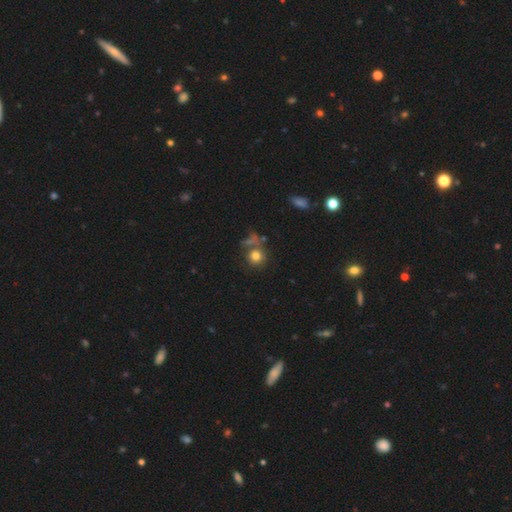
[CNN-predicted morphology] Q: Smooth or featured?
A: smooth (78%); runner-up: star or artifact (13%)
Q: How rounded?
A: round (88%); runner-up: in between (10%)
Q: Merging?
A: none (66%); runner-up: merger (16%)